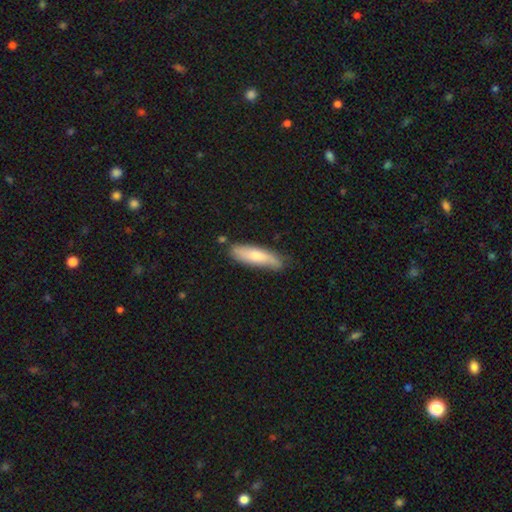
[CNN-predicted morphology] A smooth galaxy with no disk features (68%) that is cigar-shaped (61%).

Vote fractions:
- Smooth or featured? smooth: 68% / featured or disk: 26% / star or artifact: 6%
- How rounded? cigar-shaped: 61% / in between: 37% / round: 2%
- Merging? none: 69% / minor disturbance: 23% / major disturbance: 4% / merger: 4%